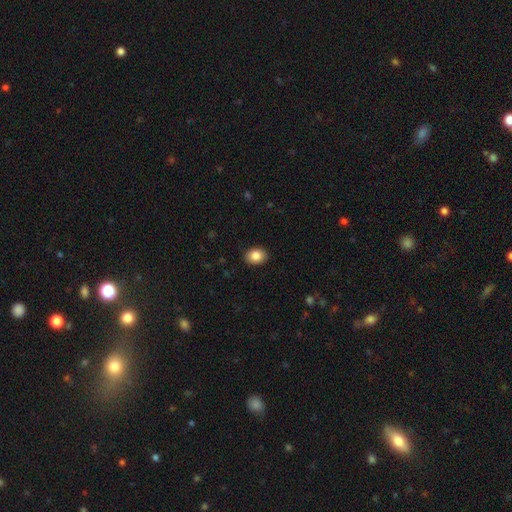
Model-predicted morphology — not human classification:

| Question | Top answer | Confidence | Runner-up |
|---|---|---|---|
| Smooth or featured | smooth | 86% | star or artifact (8%) |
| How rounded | in between | 61% | round (38%) |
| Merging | none | 90% | minor disturbance (7%) |